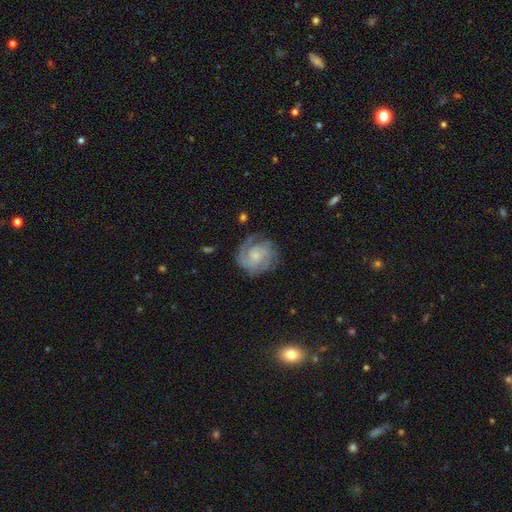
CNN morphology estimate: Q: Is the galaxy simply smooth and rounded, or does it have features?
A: featured or disk — 85%.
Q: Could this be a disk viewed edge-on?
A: no — 98%.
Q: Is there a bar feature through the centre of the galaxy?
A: no — 68%.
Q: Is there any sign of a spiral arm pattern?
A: yes — 97%.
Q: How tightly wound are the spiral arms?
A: tight — 61%.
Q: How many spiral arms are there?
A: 2 — 37%.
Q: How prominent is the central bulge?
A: small — 60%.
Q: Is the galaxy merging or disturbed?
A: none — 76%.